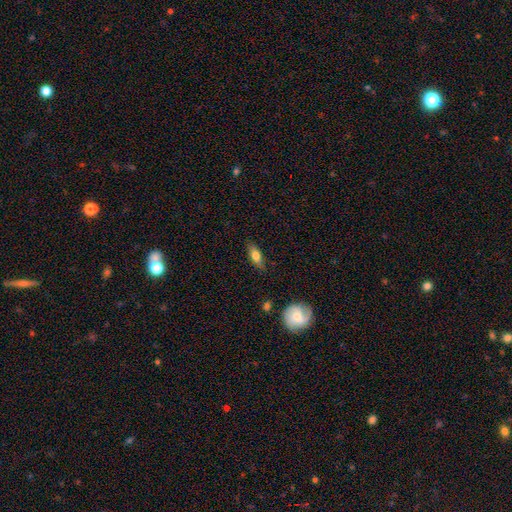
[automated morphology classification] A smooth galaxy with no disk features (71%) that is in between round and cigar-shaped (64%).

Vote fractions:
- Smooth or featured? smooth: 71% / featured or disk: 22% / star or artifact: 7%
- How rounded? in between: 64% / cigar-shaped: 33% / round: 3%
- Merging? none: 82% / minor disturbance: 14% / major disturbance: 3% / merger: 2%